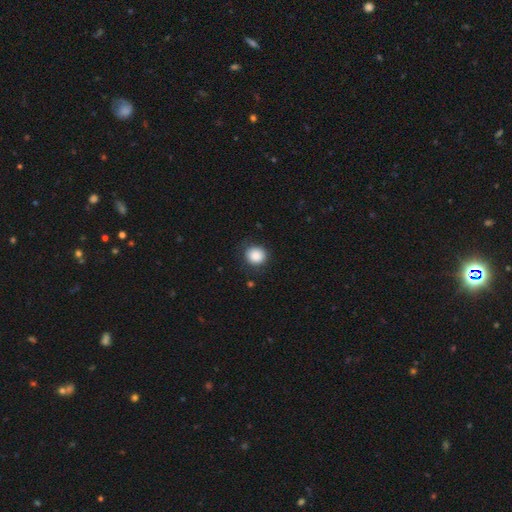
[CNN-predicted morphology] smooth_or_featured: smooth (p=0.88) [alt: star or artifact p=0.08]
how_rounded: round (p=0.88) [alt: in between p=0.11]
merging: none (p=0.83) [alt: minor disturbance p=0.12]